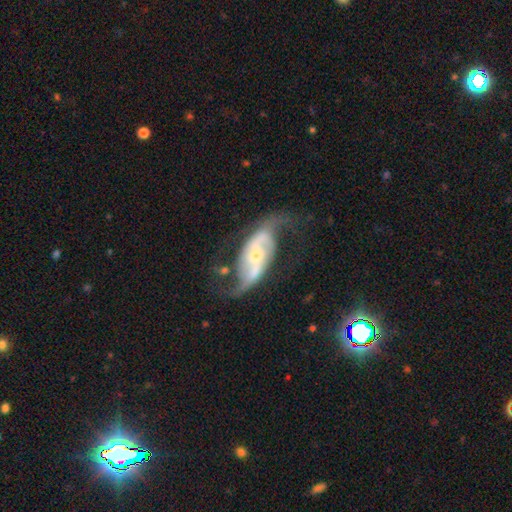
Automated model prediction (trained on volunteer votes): Smooth or featured: featured or disk — 86% (smooth — 8%)
Edge-on disk: no — 94% (yes — 6%)
Bar: weak — 35% (no — 34%)
Spiral arms: yes — 94% (no — 6%)
Spiral winding: loose — 56% (medium — 34%)
Spiral arm count: 2 — 90% (can't tell — 4%)
Bulge size: small — 54% (moderate — 40%)
Merging: none — 59% (major disturbance — 19%)